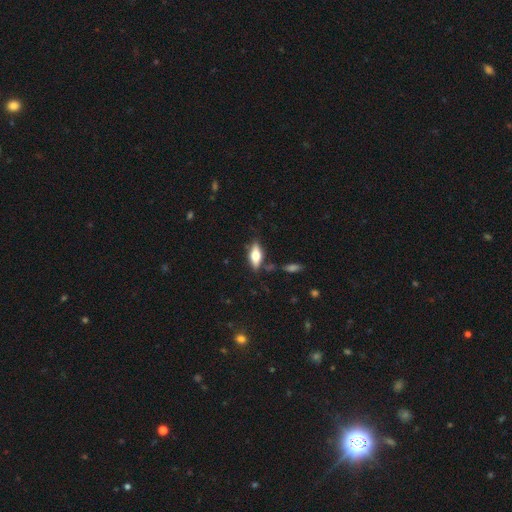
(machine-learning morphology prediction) Smooth or featured?
  - smooth: 54% *
  - featured or disk: 38%
  - star or artifact: 7%
How rounded?
  - in between: 73% *
  - cigar-shaped: 24%
  - round: 3%
Merging?
  - none: 77% *
  - minor disturbance: 14%
  - merger: 5%
  - major disturbance: 4%